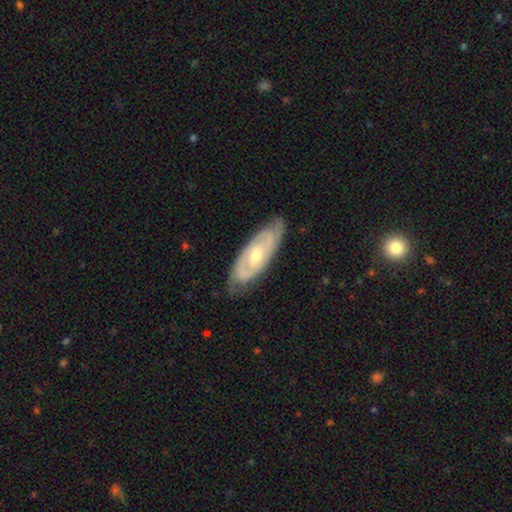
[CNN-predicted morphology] Smooth or featured? Predicted: featured or disk (p=0.78). Edge-on disk? Predicted: no (p=0.87). Bar? Predicted: no (p=0.54). Spiral arms? Predicted: yes (p=0.88). Spiral winding? Predicted: tight (p=0.62). Spiral arm count? Predicted: 2 (p=0.58). Bulge size? Predicted: moderate (p=0.58). Merging? Predicted: none (p=0.76).